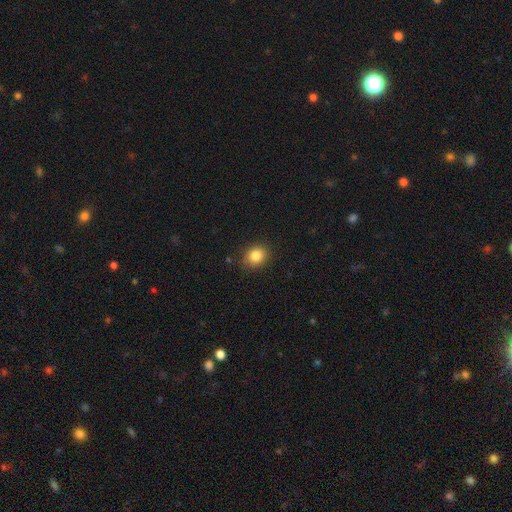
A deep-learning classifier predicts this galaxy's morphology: This appears to be a smooth galaxy with no disk features (84%) that is round (58%). Merging: none (87%).